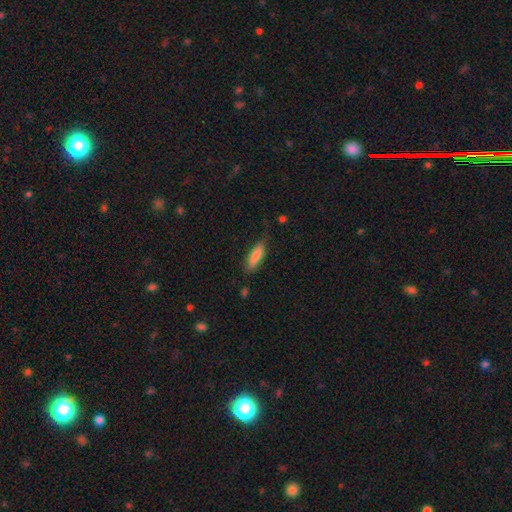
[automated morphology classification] This is clearly a smooth galaxy (85%). How rounded: possibly cigar-shaped (54%). Merging: likely none (72%).